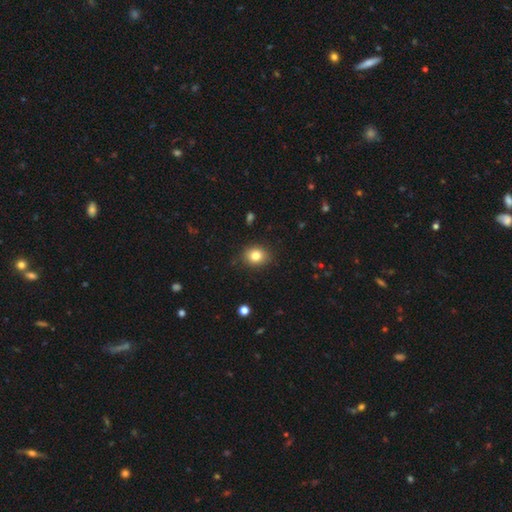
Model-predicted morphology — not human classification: smooth-or-featured: smooth: 81% | star or artifact: 11% | featured or disk: 8%
  how-rounded: round: 67% | in between: 32% | cigar-shaped: 1%
  merging: none: 88% | minor disturbance: 9% | major disturbance: 2% | merger: 1%